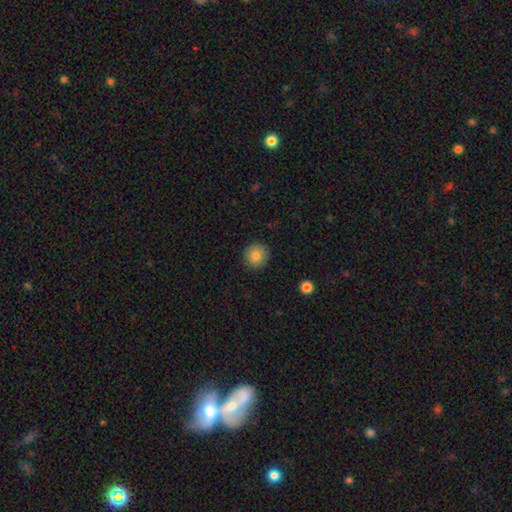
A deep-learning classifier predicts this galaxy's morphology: smooth-or-featured: smooth: 83% | star or artifact: 9% | featured or disk: 8%
  how-rounded: round: 93% | in between: 6% | cigar-shaped: 1%
  merging: none: 90% | minor disturbance: 7% | major disturbance: 2% | merger: 1%